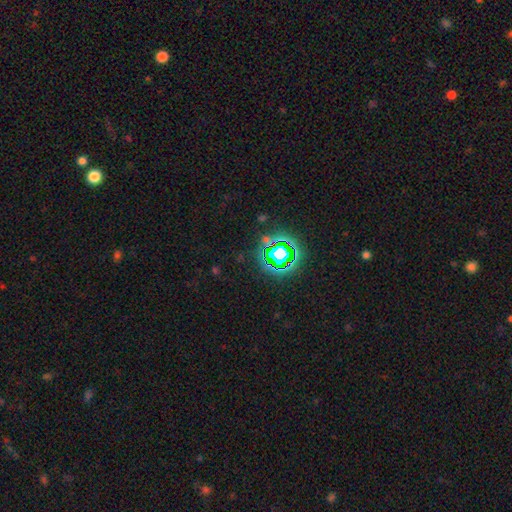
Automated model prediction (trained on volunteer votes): A star or artifact, not a galaxy (80%).